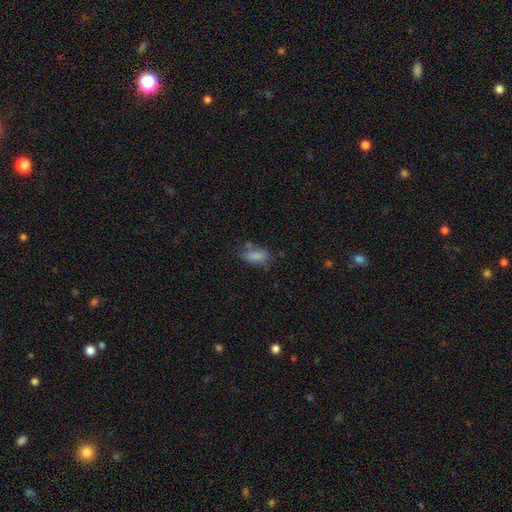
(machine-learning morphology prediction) This appears to be a smooth galaxy with no disk features (79%) that is in between round and cigar-shaped (87%). Merging: none (54%).